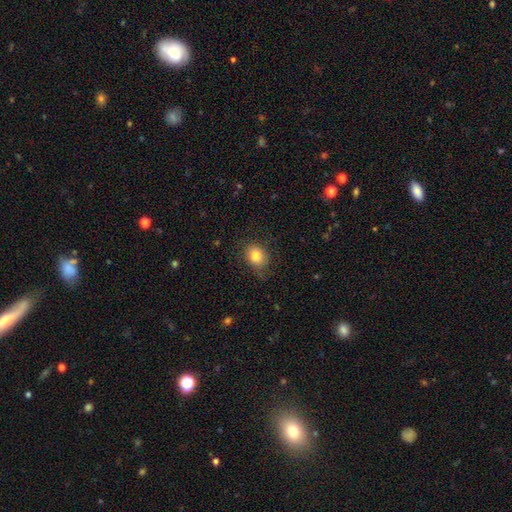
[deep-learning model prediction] smooth_or_featured: smooth (p=0.82) [alt: featured or disk p=0.10]
how_rounded: in between (p=0.54) [alt: round p=0.45]
merging: none (p=0.71) [alt: minor disturbance p=0.21]